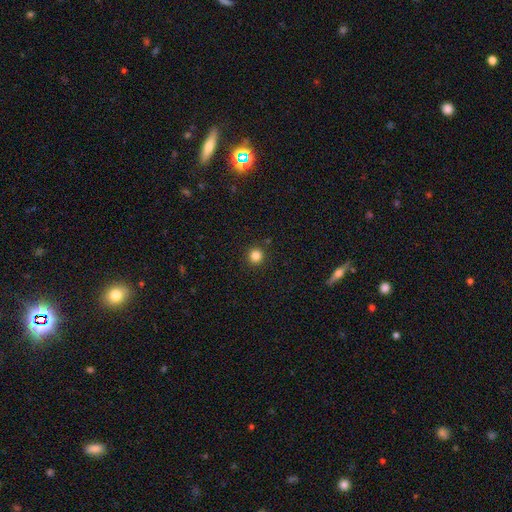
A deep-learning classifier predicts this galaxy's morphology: Overall: smooth (83%). How rounded: round (95%). Merging: none (92%).